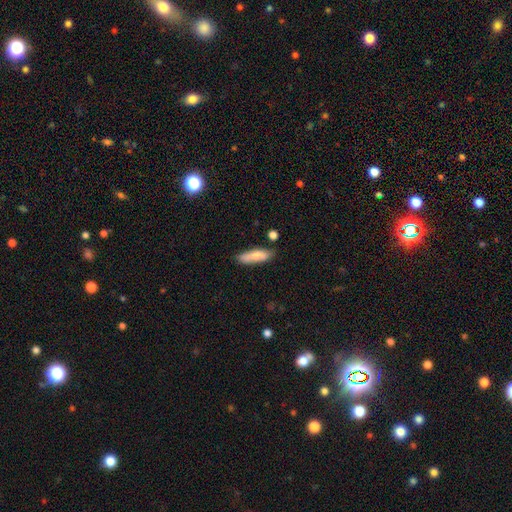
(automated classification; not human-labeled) Smooth or featured?
  - smooth: 81% *
  - featured or disk: 13%
  - star or artifact: 6%
How rounded?
  - cigar-shaped: 59% *
  - in between: 39%
  - round: 2%
Merging?
  - none: 73% *
  - minor disturbance: 18%
  - merger: 5%
  - major disturbance: 4%